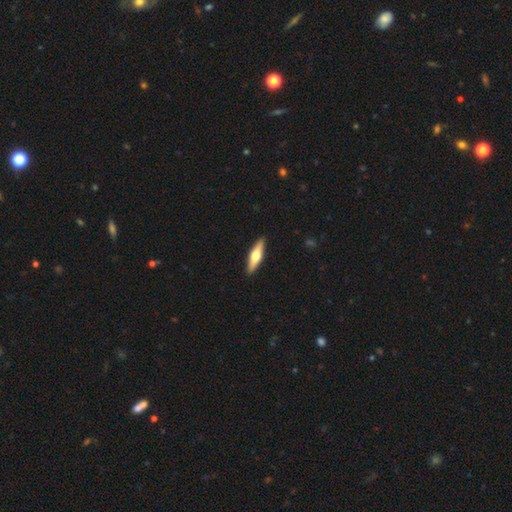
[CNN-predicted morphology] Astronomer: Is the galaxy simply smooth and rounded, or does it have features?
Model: featured or disk — 51% (runner-up: smooth, 44%).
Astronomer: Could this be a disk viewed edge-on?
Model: yes — 94%.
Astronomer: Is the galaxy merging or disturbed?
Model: none — 91%.